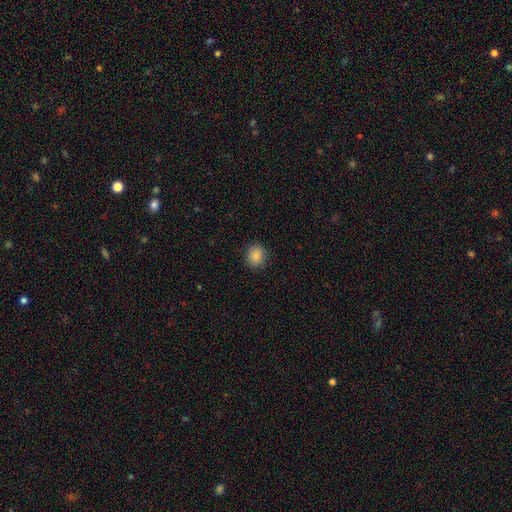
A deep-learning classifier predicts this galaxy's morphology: Q: Smooth or featured?
A: smooth (87%); runner-up: star or artifact (10%)
Q: How rounded?
A: round (70%); runner-up: in between (29%)
Q: Merging?
A: none (89%); runner-up: minor disturbance (8%)